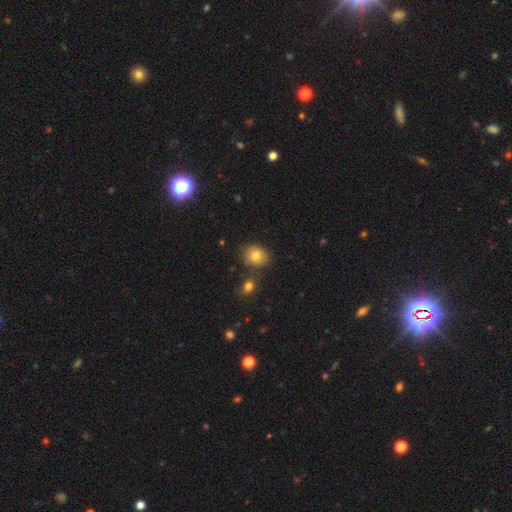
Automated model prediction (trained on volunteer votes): smooth-or-featured: smooth: 78% | featured or disk: 12% | star or artifact: 11%
  how-rounded: in between: 50% | round: 49% | cigar-shaped: 1%
  merging: none: 78% | minor disturbance: 12% | merger: 7% | major disturbance: 3%